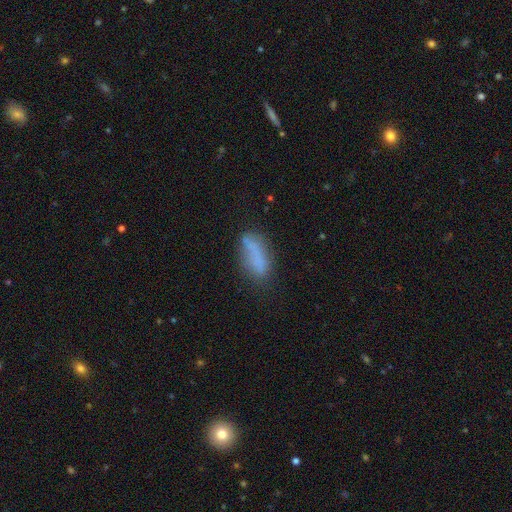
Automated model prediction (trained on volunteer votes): This is likely a smooth galaxy (65%). How rounded: likely in between (60%). Merging: possibly none (56%).